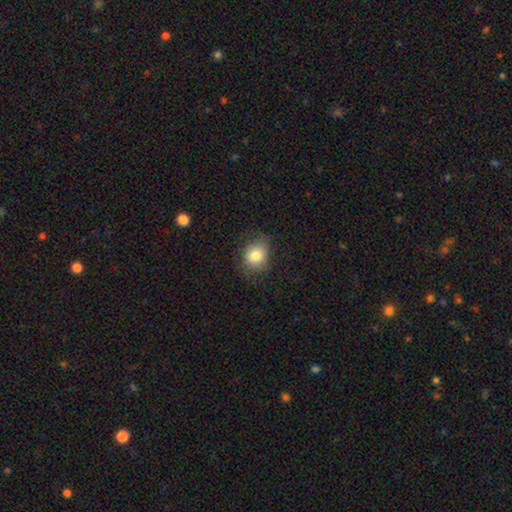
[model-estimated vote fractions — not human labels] A smooth galaxy with no disk features (81%) that is round (63%). Merging: none (73%).